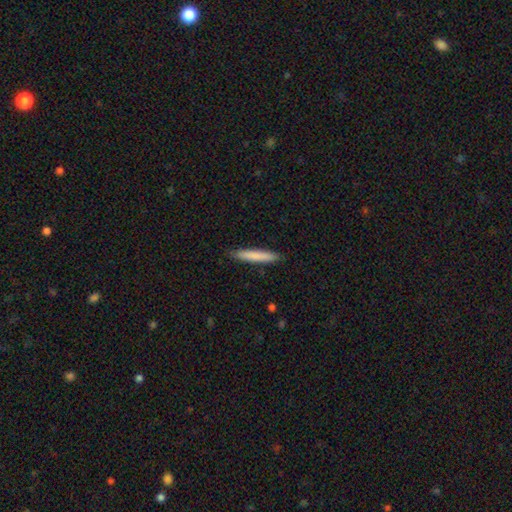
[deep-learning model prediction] Q: Smooth or featured?
A: smooth (80%); runner-up: featured or disk (15%)
Q: How rounded?
A: cigar-shaped (94%); runner-up: in between (5%)
Q: Merging?
A: none (90%); runner-up: minor disturbance (7%)